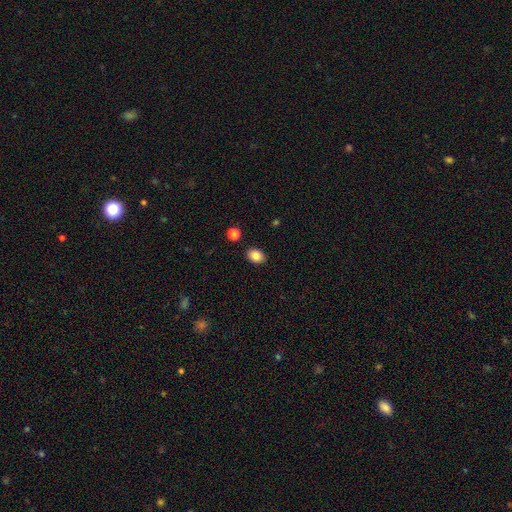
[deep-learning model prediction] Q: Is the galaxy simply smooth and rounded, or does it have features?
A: smooth — 85%.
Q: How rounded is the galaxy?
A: in between — 75%.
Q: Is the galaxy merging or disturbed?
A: none — 88%.